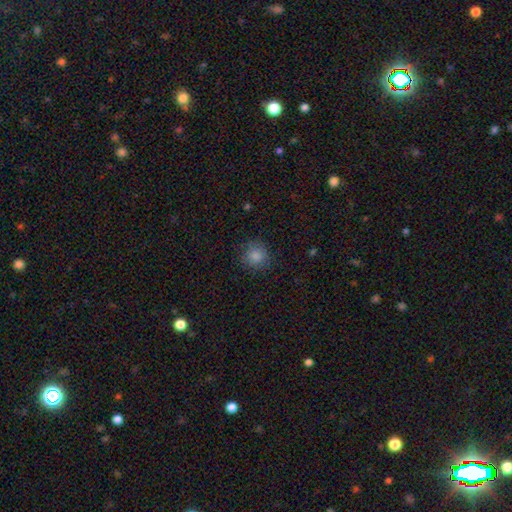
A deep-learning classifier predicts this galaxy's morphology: A smooth galaxy with no disk features (85%) that is round (90%).

Vote fractions:
- Smooth or featured? smooth: 85% / star or artifact: 10% / featured or disk: 5%
- How rounded? round: 90% / in between: 9% / cigar-shaped: 1%
- Merging? none: 83% / minor disturbance: 12% / major disturbance: 4% / merger: 1%